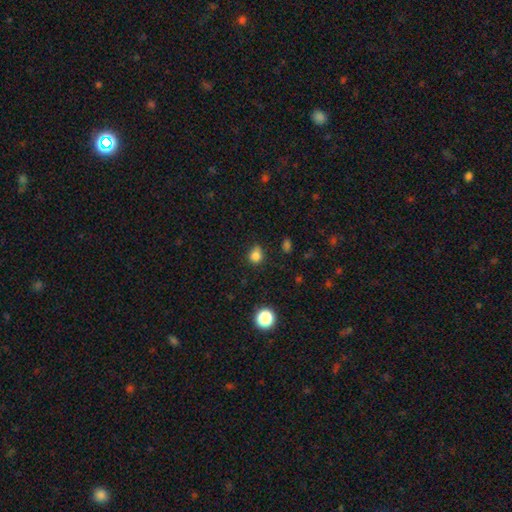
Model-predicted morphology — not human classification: Smooth or featured? Predicted: smooth (p=0.82). How rounded? Predicted: round (p=0.69). Merging? Predicted: none (p=0.69).